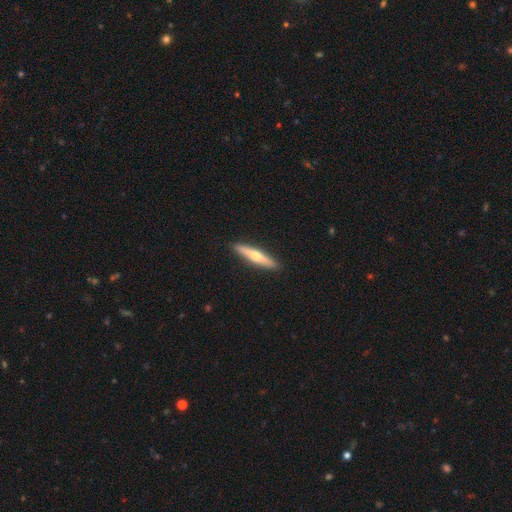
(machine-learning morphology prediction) The model was most divided on "smooth or featured": featured or disk: 53%, smooth: 42%, star or artifact: 5%. More confident: edge-on disk — yes (95%); merging — none (92%); edge-on bulge — rounded (89%).